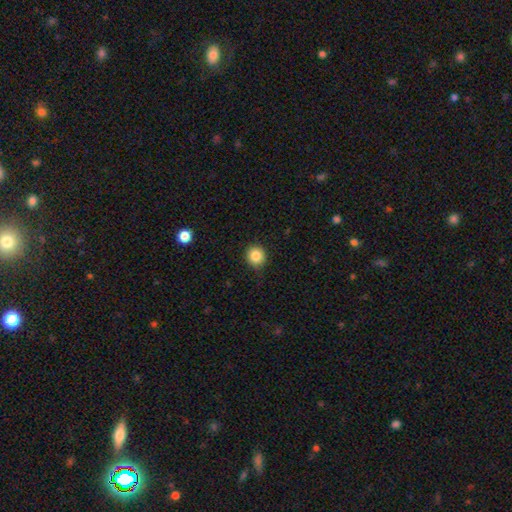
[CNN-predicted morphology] Overall: smooth (85%). How rounded: round (89%). Merging: none (85%).